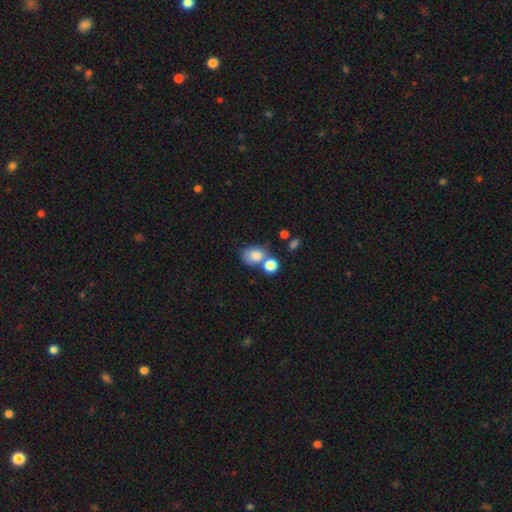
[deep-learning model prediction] smooth-or-featured: smooth: 81% | featured or disk: 10% | star or artifact: 10%
  how-rounded: in between: 55% | round: 44% | cigar-shaped: 1%
  merging: merger: 42% | none: 37% | minor disturbance: 14% | major disturbance: 7%